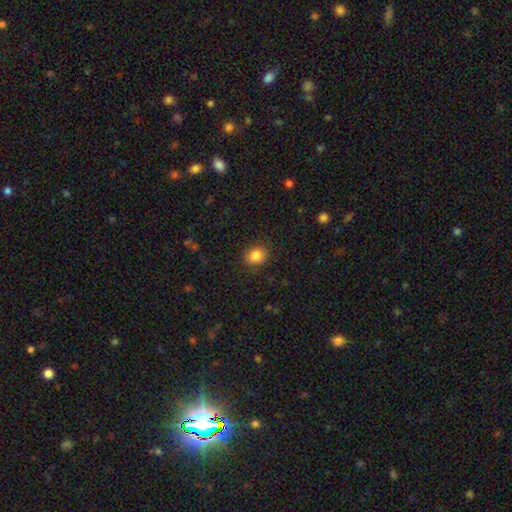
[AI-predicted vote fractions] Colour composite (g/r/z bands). It shows a smooth galaxy with no disk features (85%) that is round (68%). Merging: none (87%).